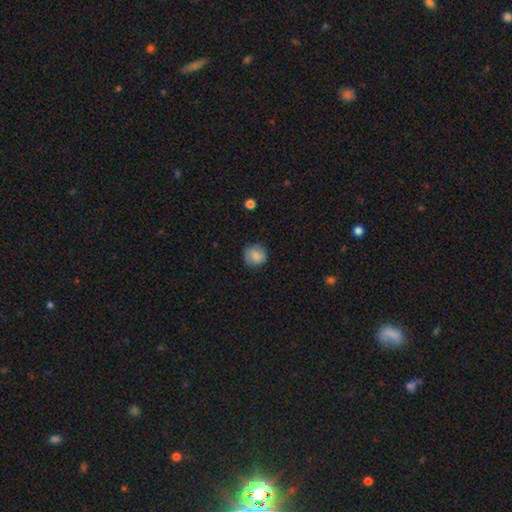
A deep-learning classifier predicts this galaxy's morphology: smooth 85%, star or artifact 8%, featured or disk 7%. Down the decision tree: how rounded — round (89%); merging — none (82%).